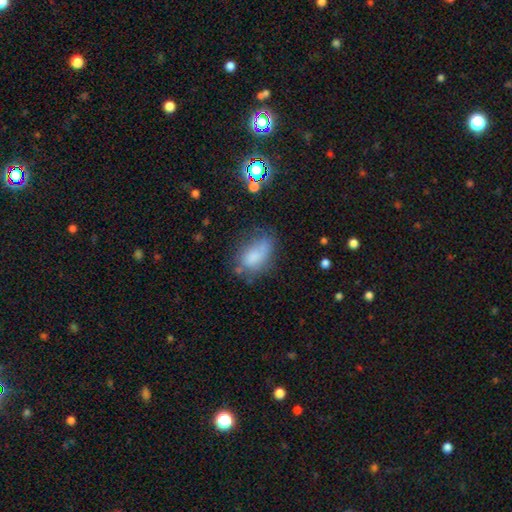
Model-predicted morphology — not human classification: A smooth galaxy with no disk features (69%) that is in between round and cigar-shaped (85%).

Vote fractions:
- Smooth or featured? smooth: 69% / featured or disk: 18% / star or artifact: 13%
- How rounded? in between: 85% / round: 11% / cigar-shaped: 3%
- Merging? none: 43% / minor disturbance: 30% / major disturbance: 20% / merger: 7%